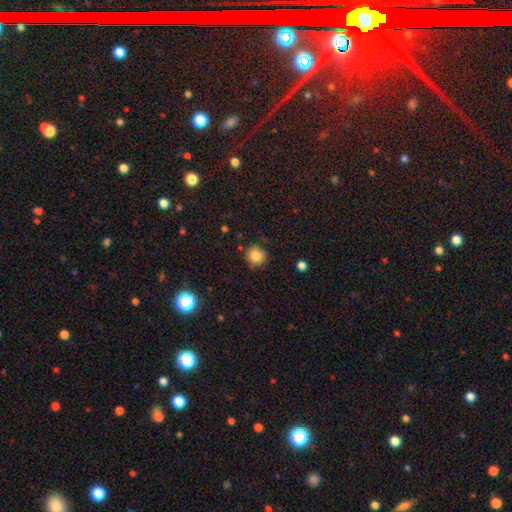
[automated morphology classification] This is clearly a smooth galaxy (82%). How rounded: clearly round (92%). Merging: clearly none (85%).